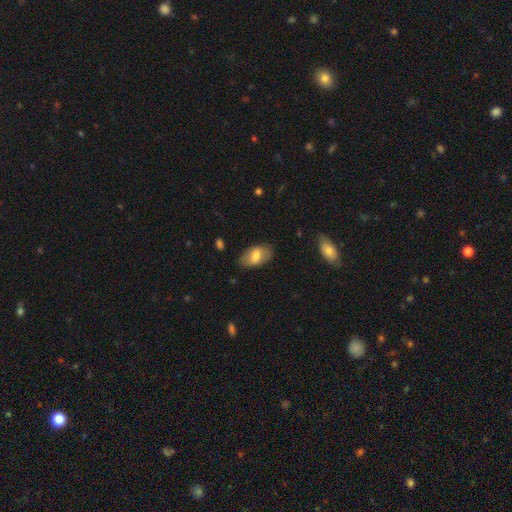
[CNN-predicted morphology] type=smooth (69%); roundness=in between (93%); merging=none (80%).